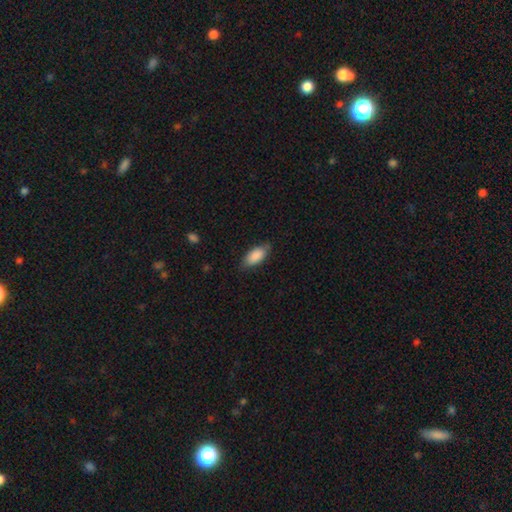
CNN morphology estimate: Smooth or featured?
  - smooth: 87% *
  - featured or disk: 7%
  - star or artifact: 6%
How rounded?
  - in between: 90% *
  - cigar-shaped: 8%
  - round: 2%
Merging?
  - none: 75% *
  - minor disturbance: 20%
  - major disturbance: 4%
  - merger: 1%